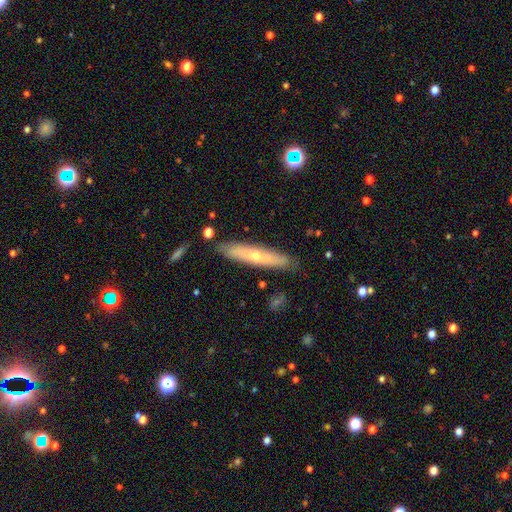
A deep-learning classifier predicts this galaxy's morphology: Smooth or featured: smooth — 47% (tied with featured or disk — 47%)
Merging: none — 85% (minor disturbance — 11%)